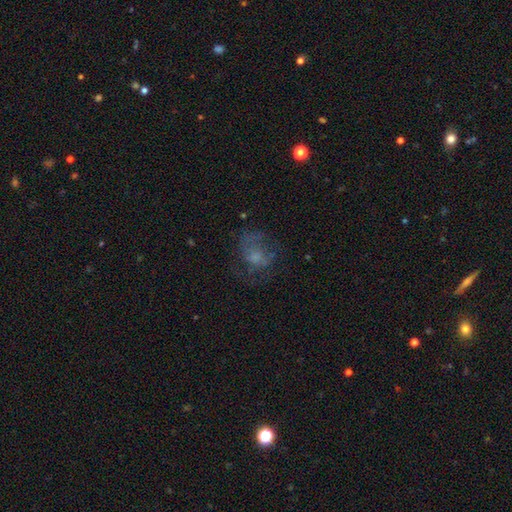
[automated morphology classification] Smooth or featured: smooth — 42% (featured or disk — 41%)
Merging: none — 44% (major disturbance — 33%)